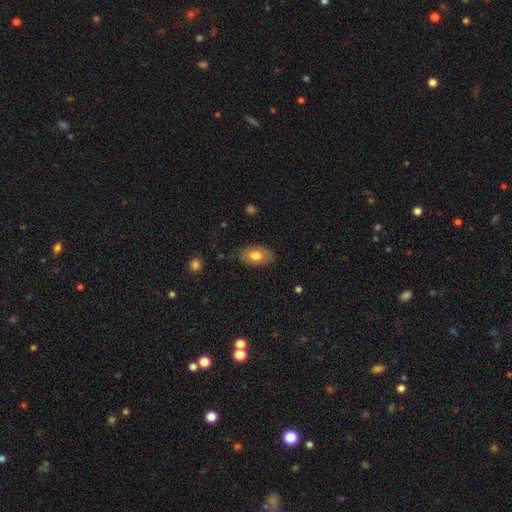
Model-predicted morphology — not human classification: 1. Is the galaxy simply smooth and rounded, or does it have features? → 76% smooth, 17% featured or disk, 7% star or artifact.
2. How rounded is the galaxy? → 90% in between, 8% round, 2% cigar-shaped.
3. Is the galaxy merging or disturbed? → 81% none, 14% minor disturbance, 3% major disturbance, 1% merger.